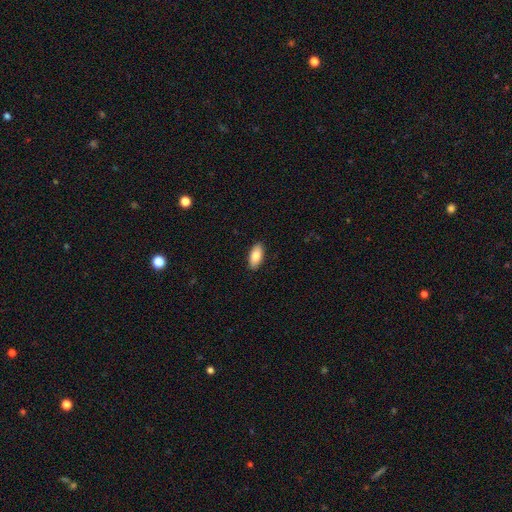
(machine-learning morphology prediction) The model was most divided on "smooth or featured": smooth: 84%, featured or disk: 9%, star or artifact: 6%. More confident: how rounded — in between (90%); merging — none (89%).